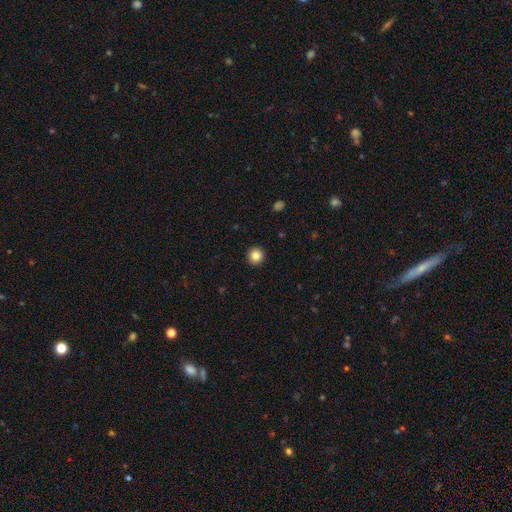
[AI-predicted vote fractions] smooth_or_featured: smooth (p=0.84) [alt: star or artifact p=0.10]
how_rounded: round (p=0.95) [alt: in between p=0.04]
merging: none (p=0.93) [alt: minor disturbance p=0.04]